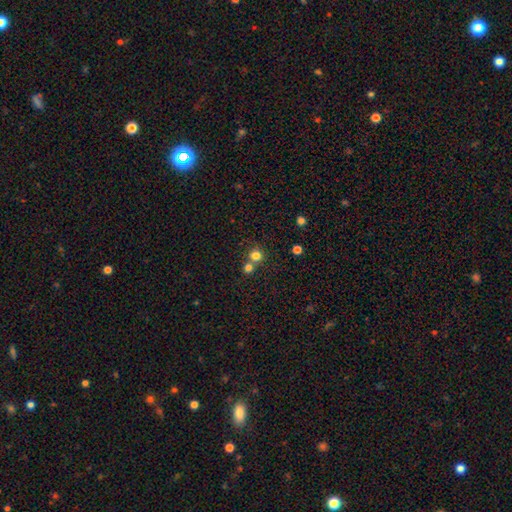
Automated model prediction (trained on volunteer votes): Smooth or featured? Predicted: smooth (p=0.79). How rounded? Predicted: round (p=0.88). Merging? Predicted: none (p=0.54).